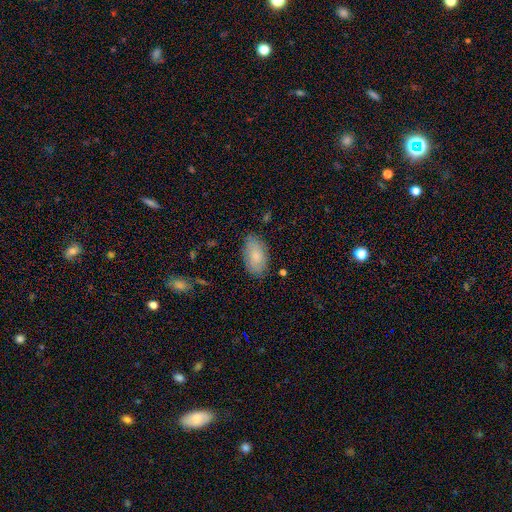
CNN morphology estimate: Q: Smooth or featured?
A: smooth (77%); runner-up: featured or disk (17%)
Q: How rounded?
A: in between (94%); runner-up: round (3%)
Q: Merging?
A: none (80%); runner-up: minor disturbance (16%)